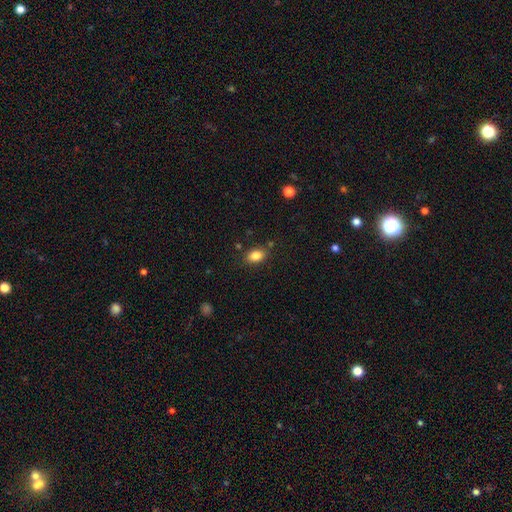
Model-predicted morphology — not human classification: Smooth or featured?
  - smooth: 84% *
  - star or artifact: 9%
  - featured or disk: 7%
How rounded?
  - in between: 82% *
  - round: 16%
  - cigar-shaped: 2%
Merging?
  - none: 81% *
  - minor disturbance: 12%
  - merger: 3%
  - major disturbance: 3%